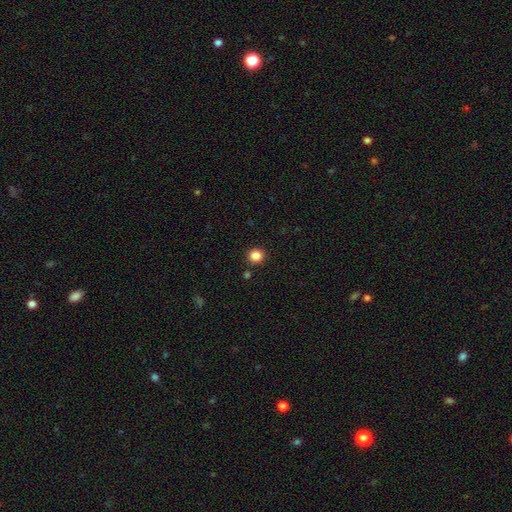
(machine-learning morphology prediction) This is clearly a smooth galaxy (85%). How rounded: clearly round (91%). Merging: clearly none (91%).